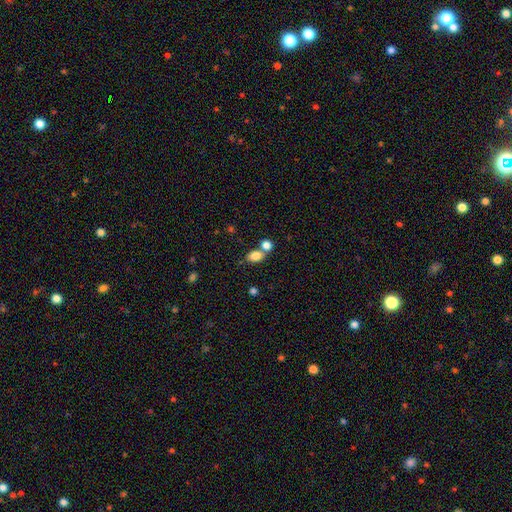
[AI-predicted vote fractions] Smooth or featured?
  - smooth: 83% *
  - star or artifact: 10%
  - featured or disk: 7%
How rounded?
  - in between: 79% *
  - round: 19%
  - cigar-shaped: 2%
Merging?
  - none: 51% *
  - merger: 35%
  - minor disturbance: 10%
  - major disturbance: 4%